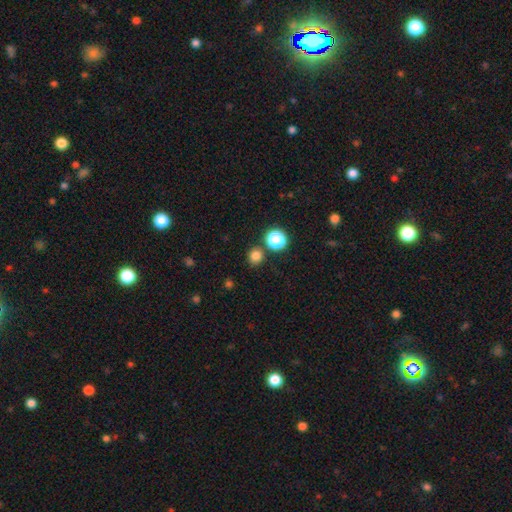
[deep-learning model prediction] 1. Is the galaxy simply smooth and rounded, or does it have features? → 79% smooth, 17% star or artifact, 4% featured or disk.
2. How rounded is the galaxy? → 88% round, 11% in between, 1% cigar-shaped.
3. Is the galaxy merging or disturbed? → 82% none, 8% minor disturbance, 8% merger, 3% major disturbance.